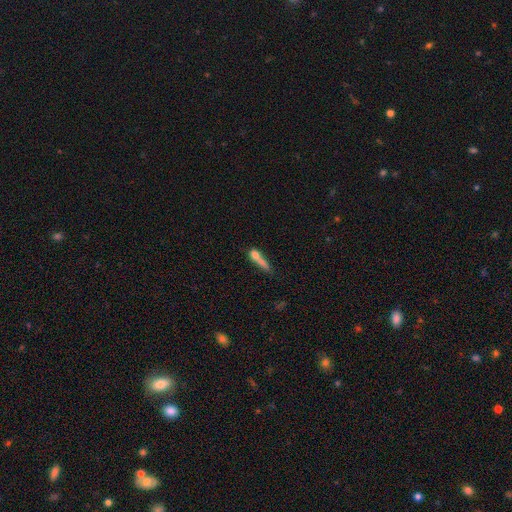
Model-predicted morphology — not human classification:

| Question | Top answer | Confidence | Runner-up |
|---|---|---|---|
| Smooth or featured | smooth | 63% | featured or disk (25%) |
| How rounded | cigar-shaped | 60% | in between (25%) |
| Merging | merger | 36% | none (31%) |